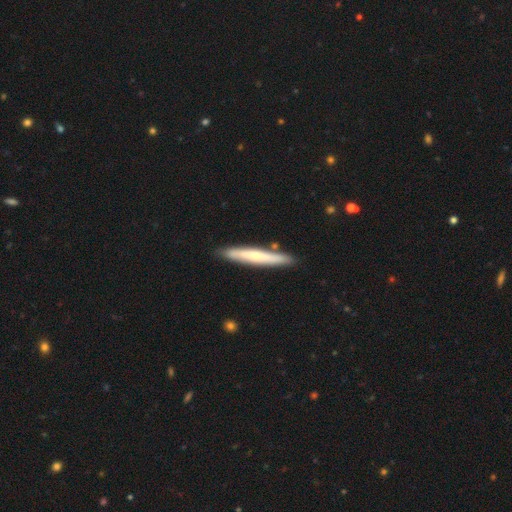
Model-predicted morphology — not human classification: Smooth or featured? Predicted: featured or disk (p=0.50). Edge-on disk? Predicted: yes (p=0.92). Merging? Predicted: none (p=0.87).